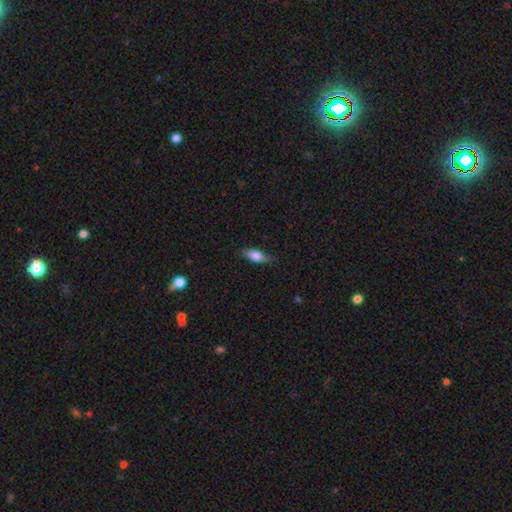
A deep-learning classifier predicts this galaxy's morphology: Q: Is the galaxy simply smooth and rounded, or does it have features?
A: smooth — 73%.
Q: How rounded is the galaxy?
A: in between — 75%.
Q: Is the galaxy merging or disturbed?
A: none — 78%.